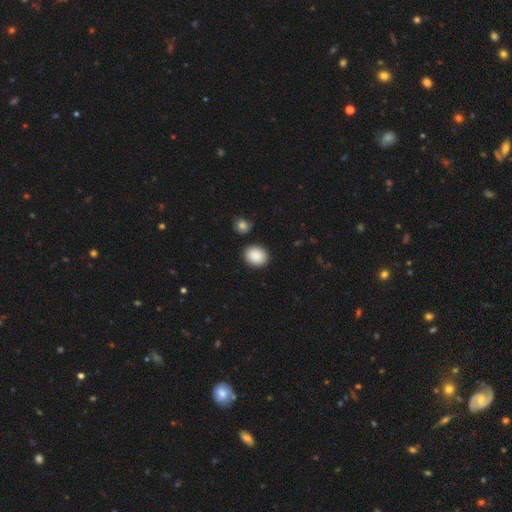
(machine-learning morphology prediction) Smooth or featured? Predicted: smooth (p=0.89). How rounded? Predicted: round (p=0.53). Merging? Predicted: none (p=0.86).